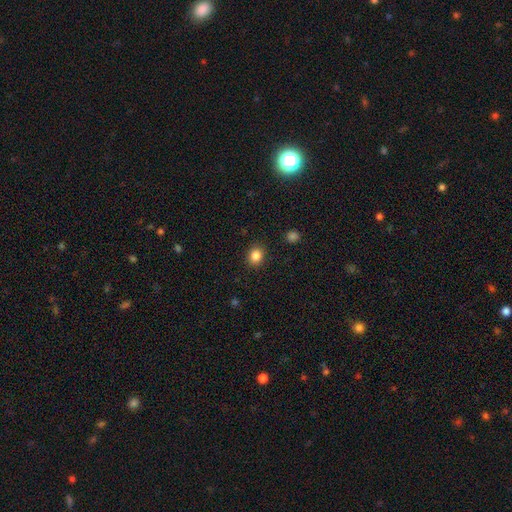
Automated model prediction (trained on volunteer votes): Smooth or featured: smooth — 85% (star or artifact — 11%)
How rounded: round — 67% (in between — 32%)
Merging: none — 89% (minor disturbance — 7%)